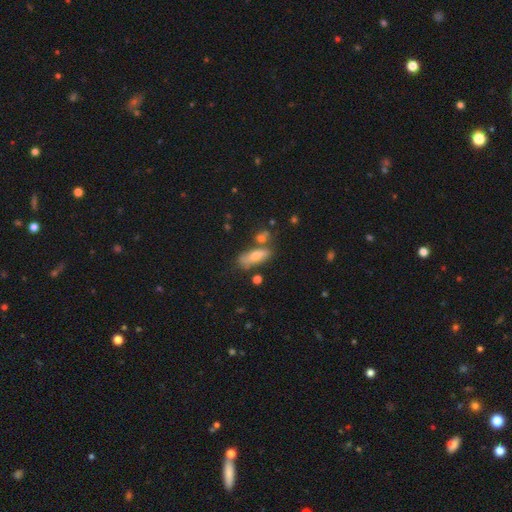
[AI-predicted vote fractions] Morphology: type=smooth (67%); roundness=in between (63%); merging=none (58%).